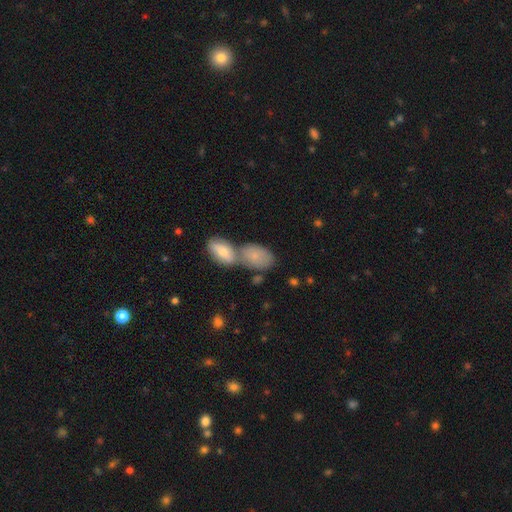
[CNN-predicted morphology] Q: Smooth or featured?
A: smooth (77%); runner-up: featured or disk (16%)
Q: How rounded?
A: in between (89%); runner-up: round (9%)
Q: Merging?
A: merger (54%); runner-up: none (31%)